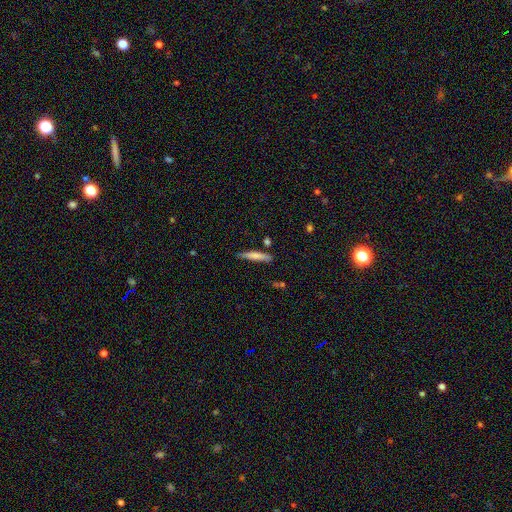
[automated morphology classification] Overall: smooth (72%). How rounded: cigar-shaped (91%). Merging: none (79%).